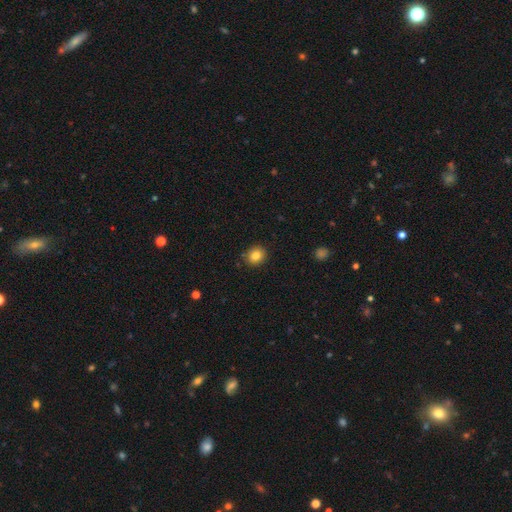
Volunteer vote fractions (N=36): A smooth galaxy with no disk features (94%) that is round (71%).

Vote fractions:
- Smooth or featured? smooth: 94% / featured or disk: 3% / star or artifact: 3%
- How rounded? round: 71% / in between: 26% / cigar-shaped: 3%
- Merging? none: 89% / minor disturbance: 6% / major disturbance: 3% / merger: 3%